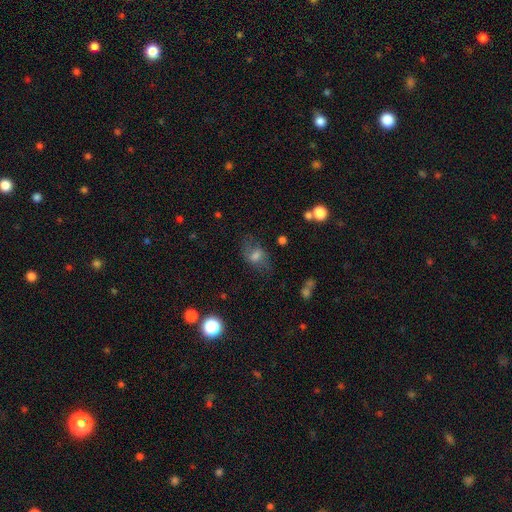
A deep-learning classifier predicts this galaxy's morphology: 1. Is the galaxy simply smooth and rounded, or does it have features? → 49% smooth, 37% featured or disk, 14% star or artifact.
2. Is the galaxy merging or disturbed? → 63% none, 21% minor disturbance, 14% major disturbance, 3% merger.